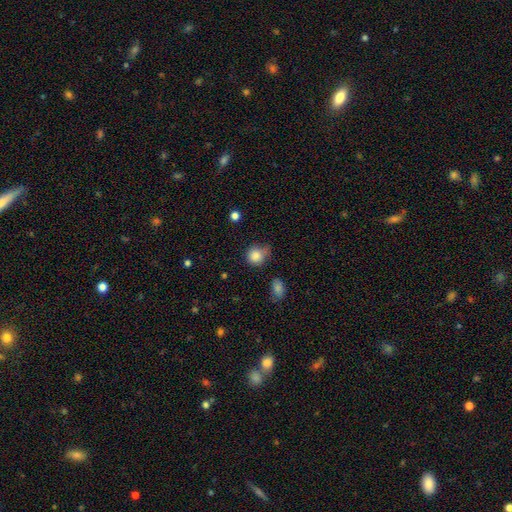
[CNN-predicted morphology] This appears to be a smooth galaxy with no disk features (85%) that is round (85%). Merging: none (56%).